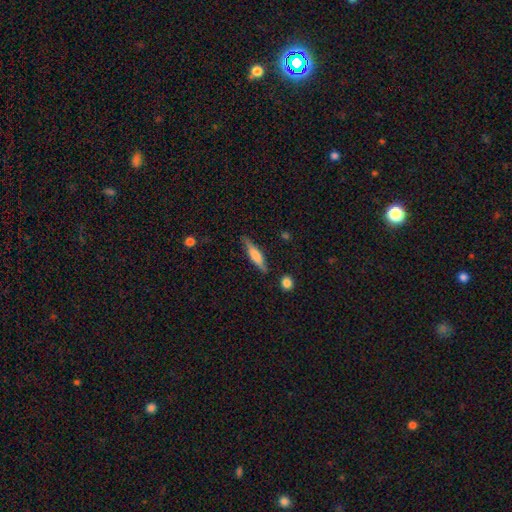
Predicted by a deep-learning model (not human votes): A smooth galaxy with no disk features (49%). Merging: none (82%).